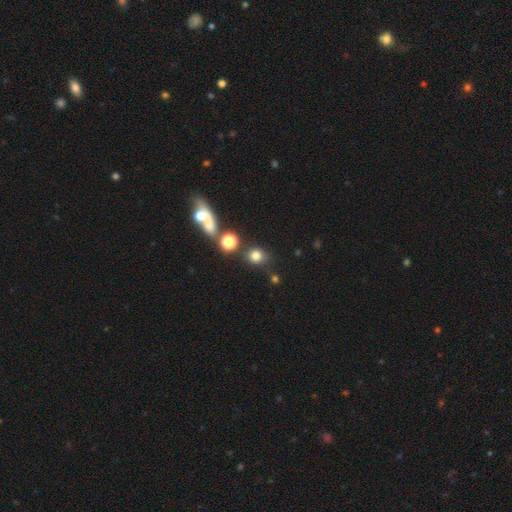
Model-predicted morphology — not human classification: Q: Smooth or featured?
A: smooth (77%); runner-up: star or artifact (16%)
Q: How rounded?
A: round (77%); runner-up: in between (21%)
Q: Merging?
A: none (72%); runner-up: minor disturbance (11%)